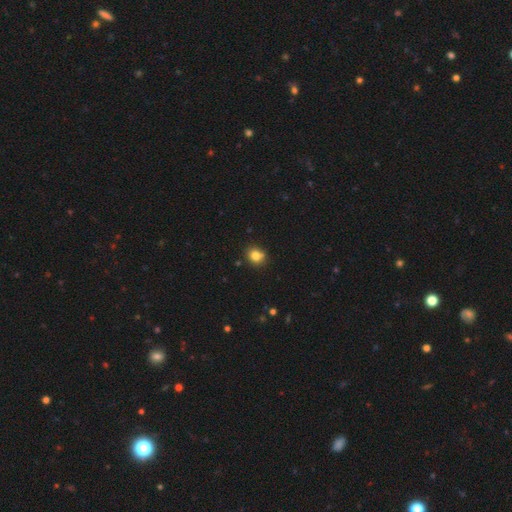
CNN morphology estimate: The model was most divided on "how rounded": round: 71%, in between: 28%, cigar-shaped: 1%. More confident: smooth or featured — smooth (81%); merging — none (76%).